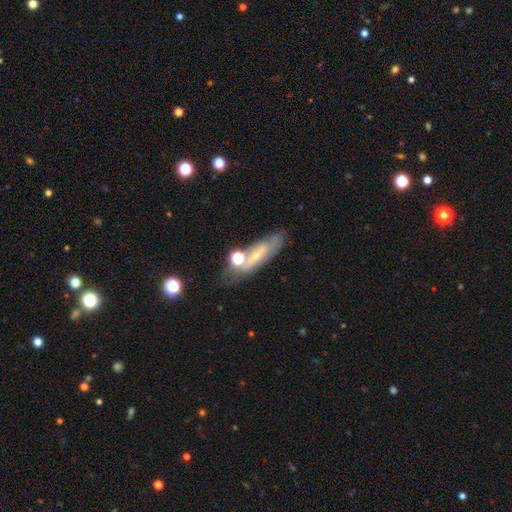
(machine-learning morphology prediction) Overall: featured or disk (47%; smooth 40%). Merging: none (52%; minor disturbance 21%).